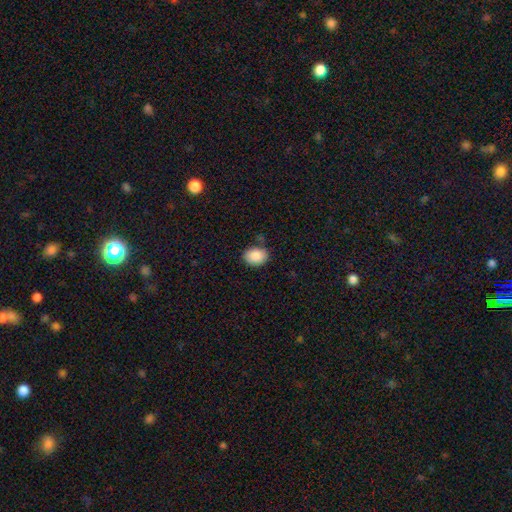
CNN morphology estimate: Smooth or featured: smooth — 87% (star or artifact — 8%)
How rounded: in between — 65% (round — 34%)
Merging: none — 80% (minor disturbance — 13%)